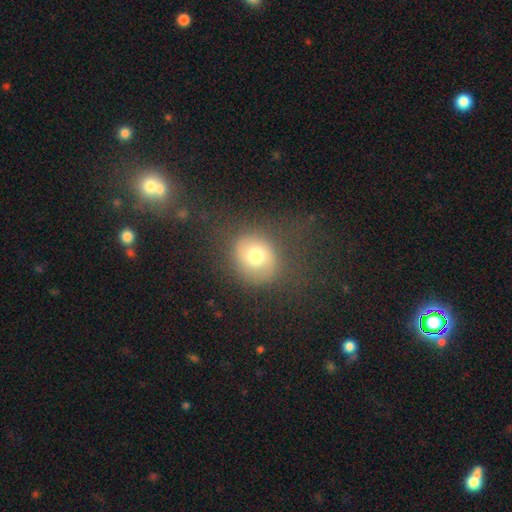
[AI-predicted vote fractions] A smooth galaxy with no disk features (68%) that is round (77%). Merging: none (64%).